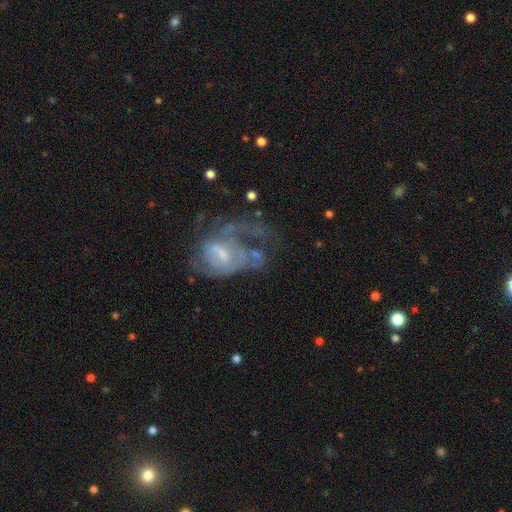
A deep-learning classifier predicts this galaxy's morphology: smooth-or-featured: featured or disk: 72% | smooth: 17% | star or artifact: 11%
  disk-edge-on: no: 97% | yes: 3%
    bar: weak: 48% | no: 40% | strong: 12%
    has-spiral-arms: yes: 65% | no: 35%
    bulge-size: small: 43% | moderate: 35% | none: 17% | large: 4% | dominant: 1%
  merging: major disturbance: 51% | none: 23% | minor disturbance: 15% | merger: 11%